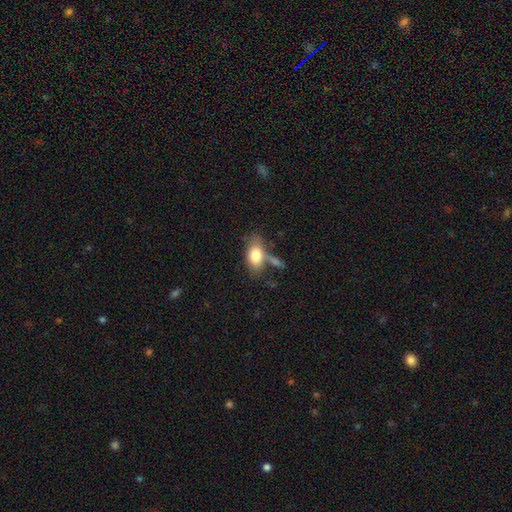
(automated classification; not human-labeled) Smooth or featured?
  - smooth: 76% *
  - featured or disk: 17%
  - star or artifact: 7%
How rounded?
  - in between: 88% *
  - round: 7%
  - cigar-shaped: 5%
Merging?
  - none: 51% *
  - merger: 22%
  - minor disturbance: 19%
  - major disturbance: 9%